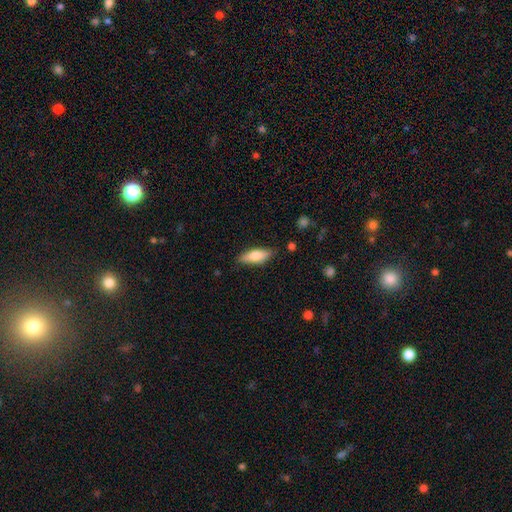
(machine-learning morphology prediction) Overall: smooth (74%). How rounded: in between (67%; cigar-shaped 31%). Merging: none (82%).